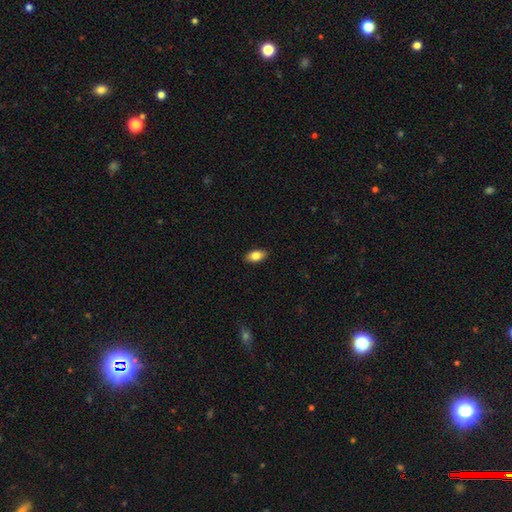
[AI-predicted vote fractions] Smooth or featured?
  - smooth: 82% *
  - featured or disk: 11%
  - star or artifact: 7%
How rounded?
  - in between: 91% *
  - round: 5%
  - cigar-shaped: 4%
Merging?
  - none: 89% *
  - minor disturbance: 8%
  - major disturbance: 2%
  - merger: 1%